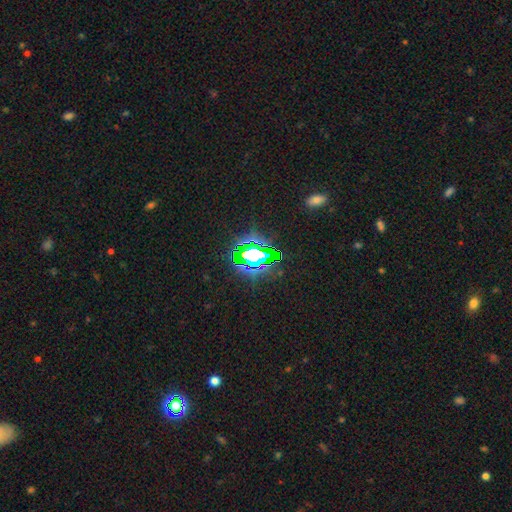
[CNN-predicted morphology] star or artifact 72%, smooth 16%, featured or disk 13%.